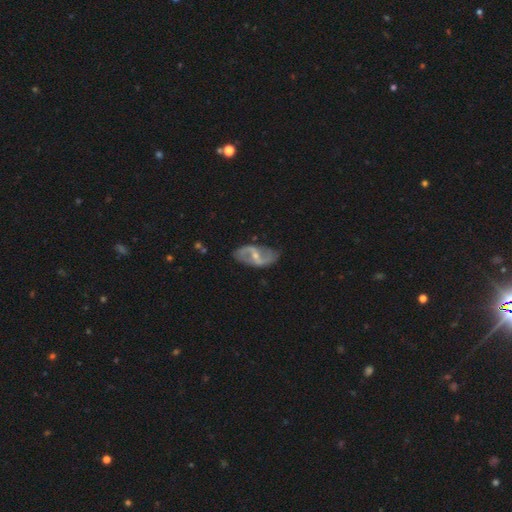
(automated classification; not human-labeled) Smooth or featured? featured or disk (85%)
Edge-on disk? no (95%)
Bar? weak (44%)
Spiral arms? yes (90%)
Spiral winding? loose (59%)
Spiral arm count? 2 (91%)
Bulge size? small (58%)
Merging? none (77%)